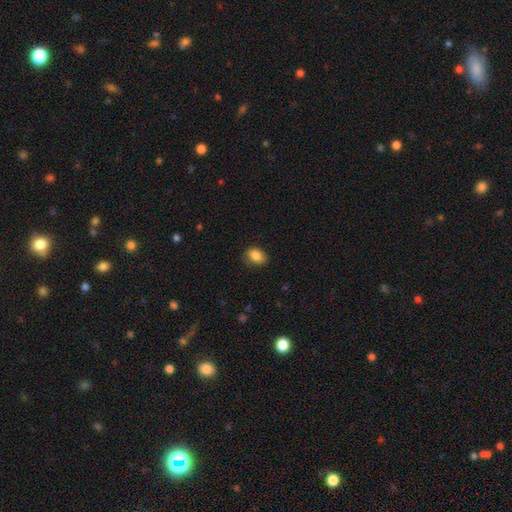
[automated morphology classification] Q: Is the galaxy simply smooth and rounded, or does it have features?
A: smooth — 85%.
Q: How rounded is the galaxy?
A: in between — 69%.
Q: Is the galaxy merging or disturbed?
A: none — 77%.